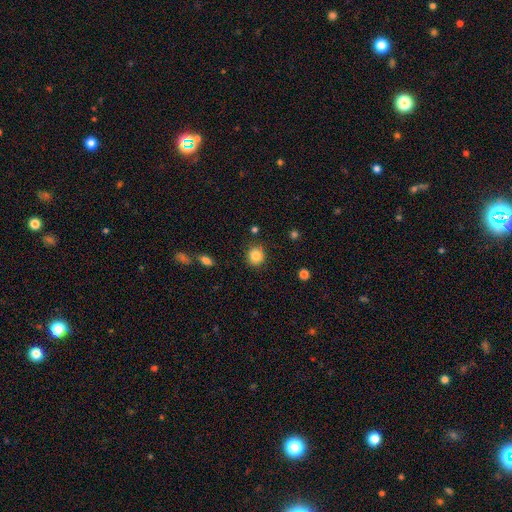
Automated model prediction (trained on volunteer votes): A smooth galaxy with no disk features (84%) that is round (85%). Merging: none (85%).